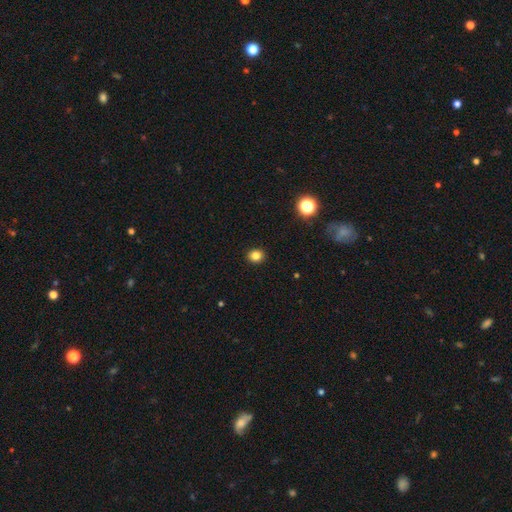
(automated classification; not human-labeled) A smooth galaxy with no disk features (83%) that is round (77%).

Vote fractions:
- Smooth or featured? smooth: 83% / star or artifact: 13% / featured or disk: 5%
- How rounded? round: 77% / in between: 22% / cigar-shaped: 1%
- Merging? none: 92% / minor disturbance: 5% / major disturbance: 2% / merger: 1%